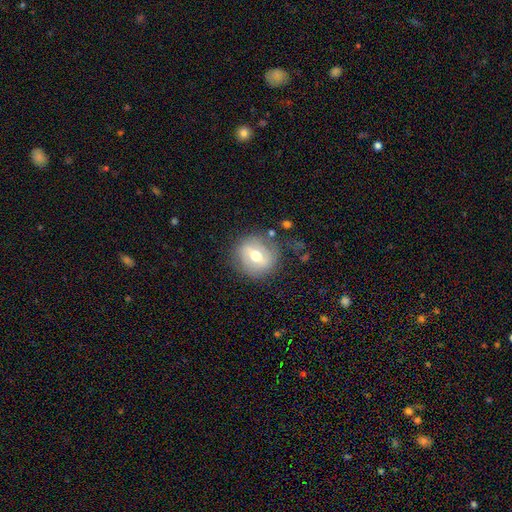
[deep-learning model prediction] Smooth or featured: smooth — 46% (featured or disk — 45%)
Merging: none — 74% (minor disturbance — 16%)